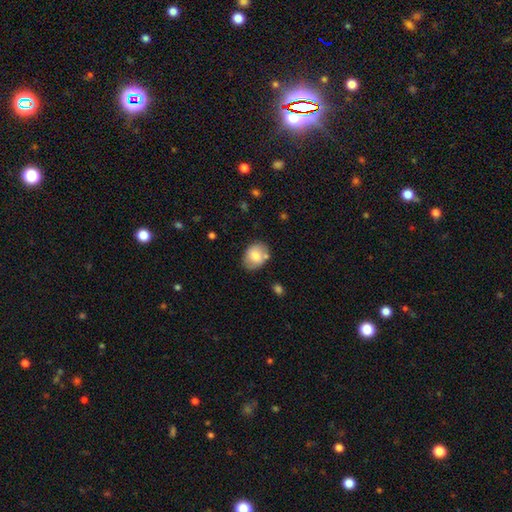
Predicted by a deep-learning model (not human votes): Smooth or featured? Predicted: smooth (p=0.74). How rounded? Predicted: in between (p=0.62). Merging? Predicted: none (p=0.70).